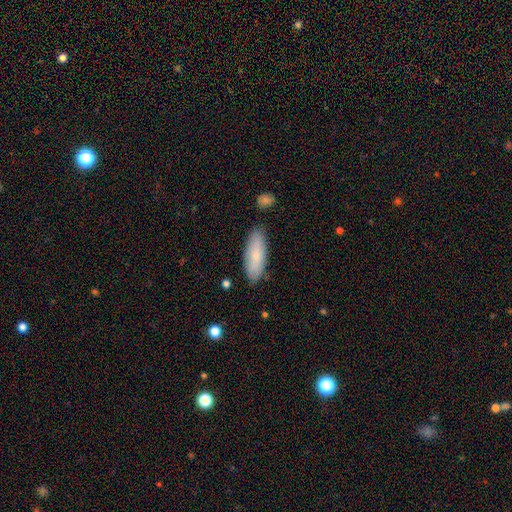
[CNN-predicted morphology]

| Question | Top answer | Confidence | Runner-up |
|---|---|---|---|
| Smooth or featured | smooth | 77% | featured or disk (17%) |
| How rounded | in between | 66% | cigar-shaped (32%) |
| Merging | none | 82% | minor disturbance (13%) |